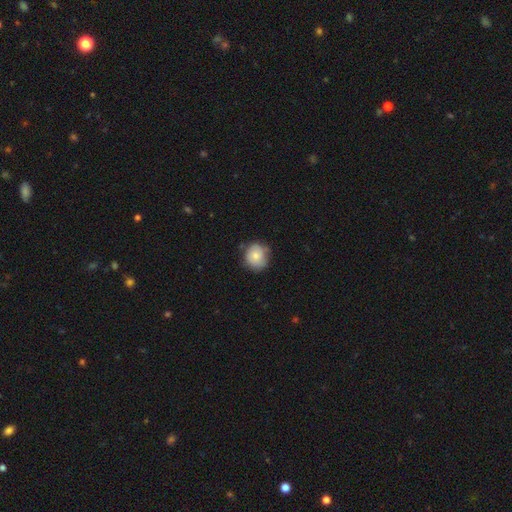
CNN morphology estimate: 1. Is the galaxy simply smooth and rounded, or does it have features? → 74% smooth, 19% featured or disk, 8% star or artifact.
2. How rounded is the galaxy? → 85% round, 14% in between, 1% cigar-shaped.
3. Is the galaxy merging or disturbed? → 72% none, 22% minor disturbance, 4% major disturbance, 2% merger.